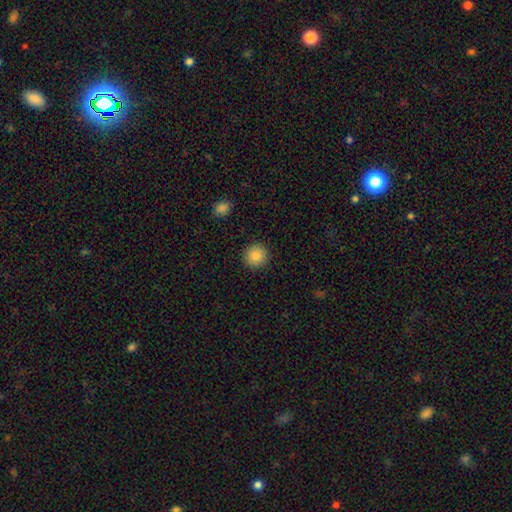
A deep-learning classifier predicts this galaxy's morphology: Q: Smooth or featured?
A: smooth (86%); runner-up: star or artifact (9%)
Q: How rounded?
A: round (94%); runner-up: in between (5%)
Q: Merging?
A: none (92%); runner-up: minor disturbance (5%)